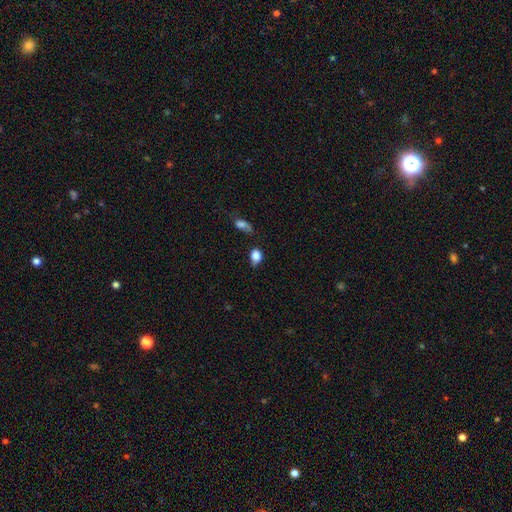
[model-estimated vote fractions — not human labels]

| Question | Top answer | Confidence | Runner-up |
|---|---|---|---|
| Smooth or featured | smooth | 83% | star or artifact (10%) |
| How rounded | in between | 65% | round (33%) |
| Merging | none | 49% | minor disturbance (33%) |